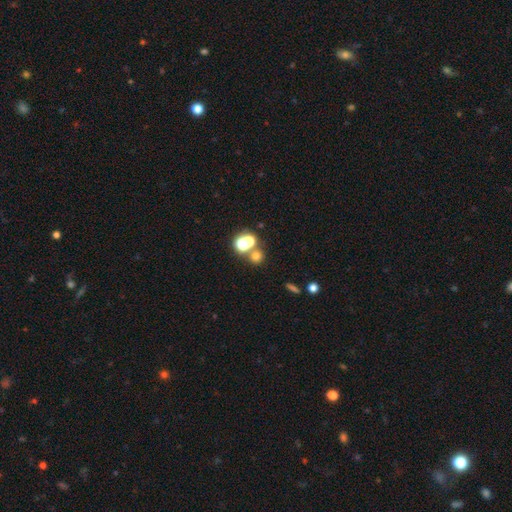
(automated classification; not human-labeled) This is likely a smooth galaxy (64%). How rounded: clearly round (82%). Merging: possibly none (49%).